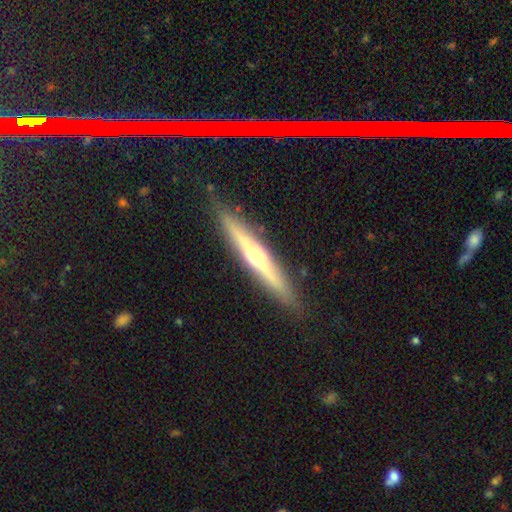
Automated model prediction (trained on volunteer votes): Q: Smooth or featured?
A: featured or disk (65%); runner-up: smooth (28%)
Q: Edge-on disk?
A: yes (95%); runner-up: no (5%)
Q: Edge-on bulge?
A: rounded (85%); runner-up: none (11%)
Q: Merging?
A: none (89%); runner-up: minor disturbance (8%)